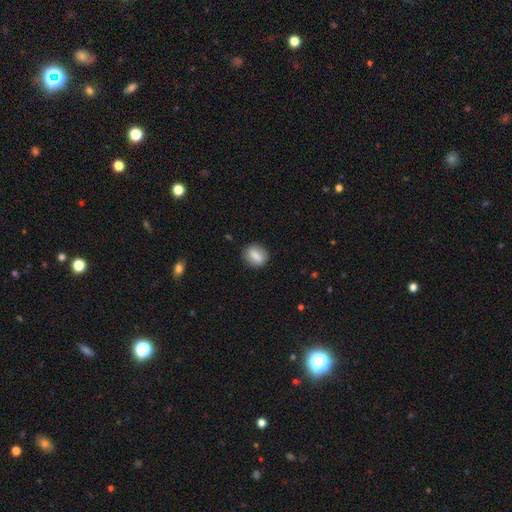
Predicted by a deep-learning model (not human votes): A smooth galaxy with no disk features (79%) that is in between round and cigar-shaped (55%).

Vote fractions:
- Smooth or featured? smooth: 79% / featured or disk: 13% / star or artifact: 8%
- How rounded? in between: 55% / round: 39% / cigar-shaped: 6%
- Merging? none: 86% / minor disturbance: 10% / major disturbance: 3% / merger: 1%